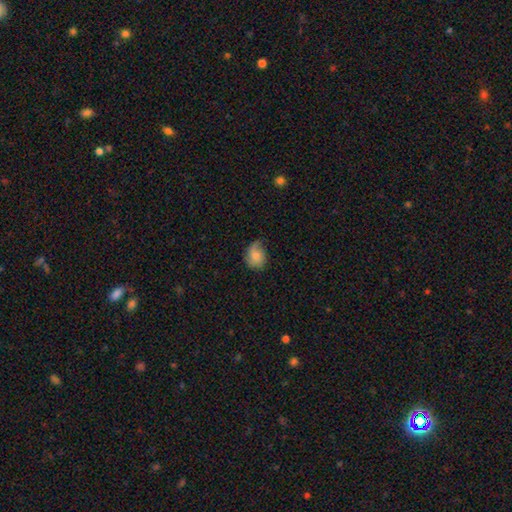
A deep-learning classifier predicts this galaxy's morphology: Smooth or featured?
  - smooth: 67% *
  - featured or disk: 24%
  - star or artifact: 8%
How rounded?
  - in between: 50% *
  - round: 49%
  - cigar-shaped: 1%
Merging?
  - none: 46% *
  - minor disturbance: 36%
  - major disturbance: 17%
  - merger: 2%